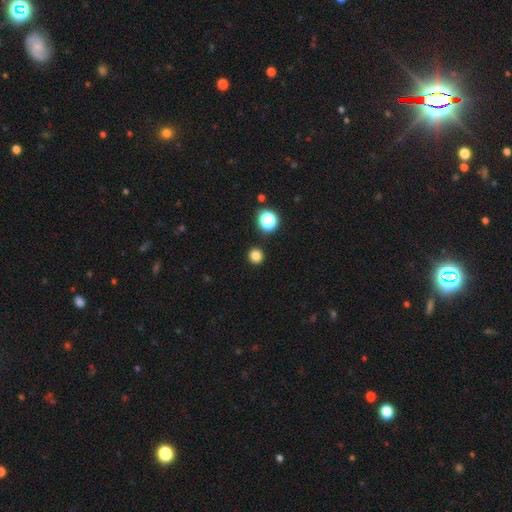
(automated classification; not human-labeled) A smooth galaxy with no disk features (81%) that is round (93%).

Vote fractions:
- Smooth or featured? smooth: 81% / star or artifact: 15% / featured or disk: 4%
- How rounded? round: 93% / in between: 6% / cigar-shaped: 1%
- Merging? none: 91% / minor disturbance: 5% / merger: 2% / major disturbance: 2%